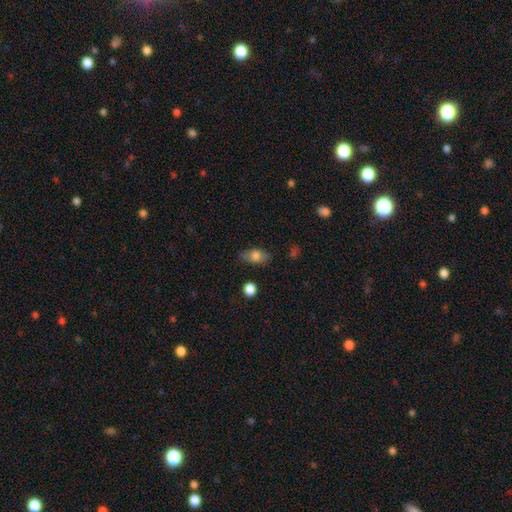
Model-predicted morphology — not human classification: smooth-or-featured: smooth: 76% | featured or disk: 16% | star or artifact: 9%
  how-rounded: in between: 83% | round: 11% | cigar-shaped: 6%
  merging: none: 74% | minor disturbance: 19% | major disturbance: 5% | merger: 2%